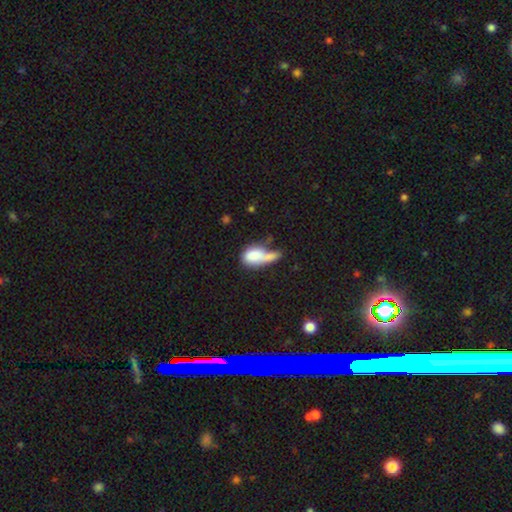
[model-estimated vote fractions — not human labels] The model was most divided on "merging": merger: 41%, major disturbance: 24%, none: 19%, minor disturbance: 16%. More confident: how rounded — in between (77%); smooth or featured — smooth (71%).